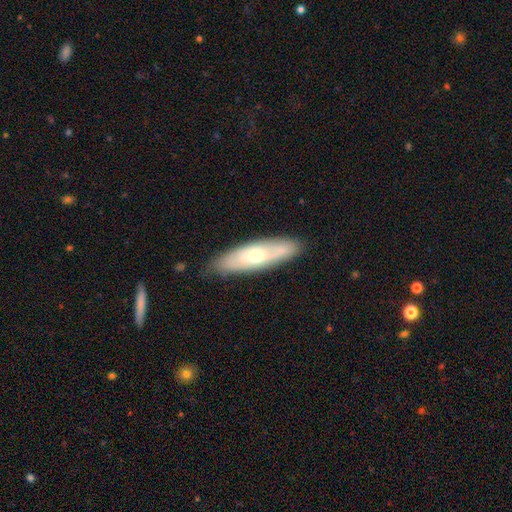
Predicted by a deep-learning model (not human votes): Smooth or featured: featured or disk — 48% (smooth — 45%)
Merging: none — 81% (minor disturbance — 15%)